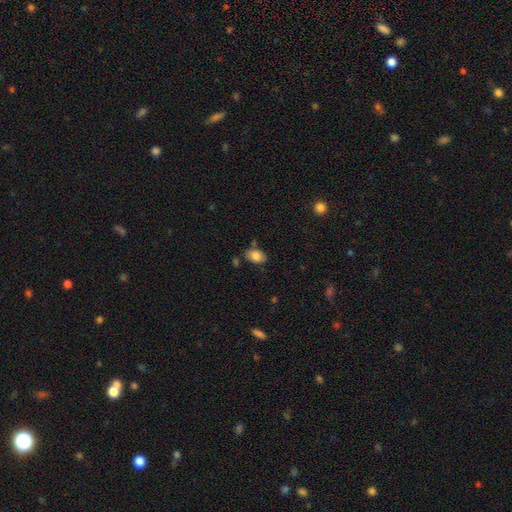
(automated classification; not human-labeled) smooth_or_featured: smooth (p=0.84) [alt: star or artifact p=0.08]
how_rounded: in between (p=0.84) [alt: round p=0.14]
merging: none (p=0.71) [alt: minor disturbance p=0.17]